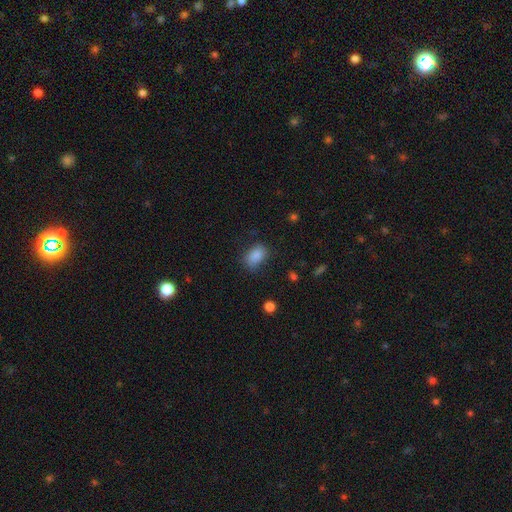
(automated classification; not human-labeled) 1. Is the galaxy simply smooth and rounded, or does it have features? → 86% smooth, 9% star or artifact, 5% featured or disk.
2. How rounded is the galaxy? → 85% in between, 13% round, 2% cigar-shaped.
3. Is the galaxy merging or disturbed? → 72% none, 21% minor disturbance, 6% major disturbance, 2% merger.